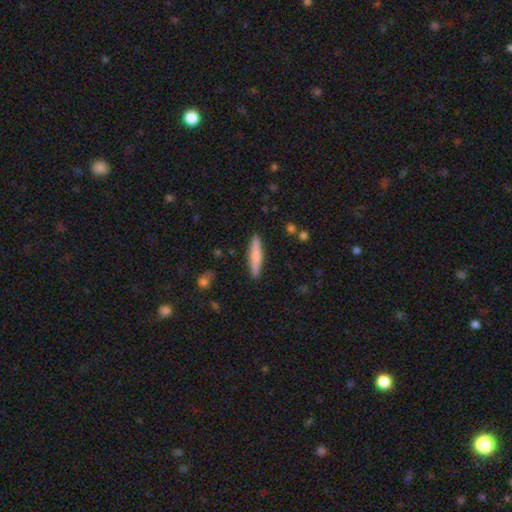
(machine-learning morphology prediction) Smooth or featured? Predicted: smooth (p=0.67). How rounded? Predicted: cigar-shaped (p=0.90). Merging? Predicted: none (p=0.90).